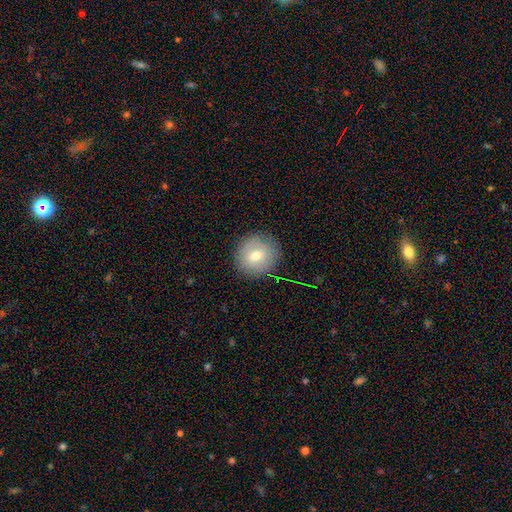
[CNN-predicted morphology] Smooth or featured? smooth (68%)
How rounded? round (91%)
Merging? none (87%)